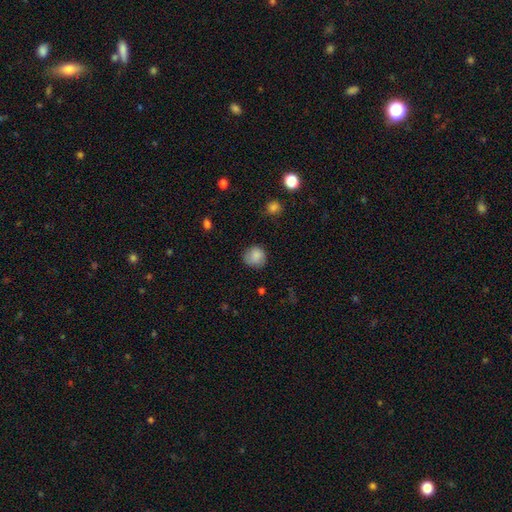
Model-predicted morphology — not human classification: Smooth or featured: smooth — 85% (star or artifact — 8%)
How rounded: round — 87% (in between — 12%)
Merging: none — 77% (minor disturbance — 18%)